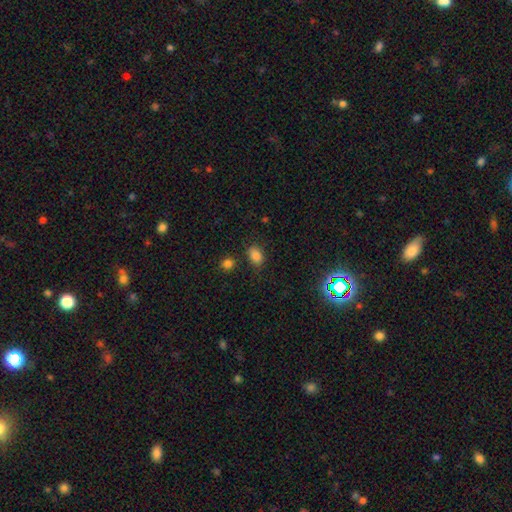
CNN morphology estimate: Q: Smooth or featured?
A: smooth (83%); runner-up: star or artifact (12%)
Q: How rounded?
A: in between (77%); runner-up: round (21%)
Q: Merging?
A: none (76%); runner-up: minor disturbance (15%)